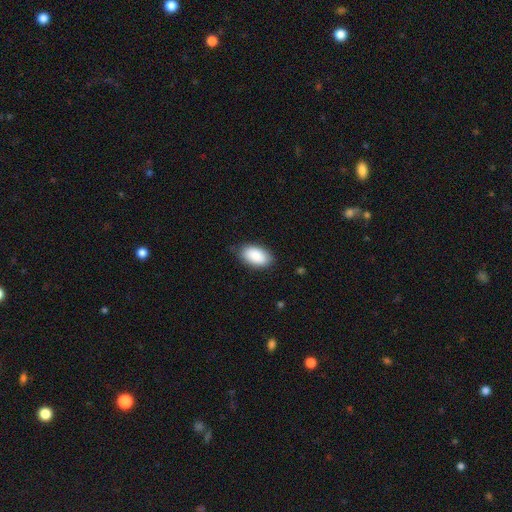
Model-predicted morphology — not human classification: Overall: smooth (90%). How rounded: in between (95%). Merging: none (81%).